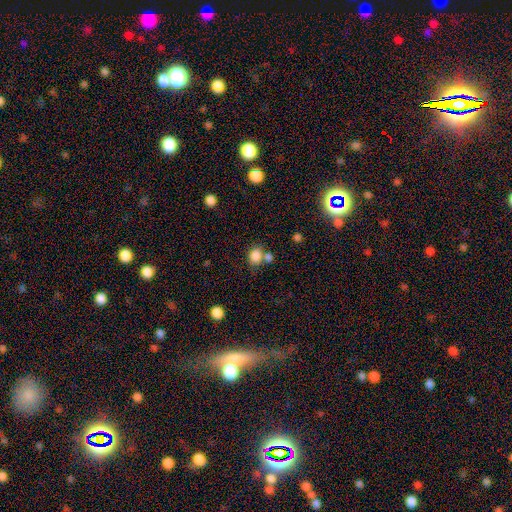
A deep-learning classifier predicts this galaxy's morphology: A smooth galaxy with no disk features (83%) that is round (59%).

Vote fractions:
- Smooth or featured? smooth: 83% / star or artifact: 11% / featured or disk: 6%
- How rounded? round: 59% / in between: 40% / cigar-shaped: 1%
- Merging? none: 54% / merger: 28% / minor disturbance: 12% / major disturbance: 5%